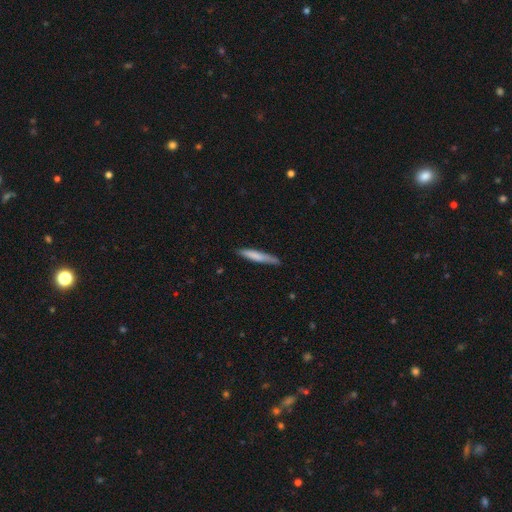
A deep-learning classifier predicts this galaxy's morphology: smooth 75%, featured or disk 20%, star or artifact 5%. Down the decision tree: how rounded — cigar-shaped (93%); merging — none (81%).